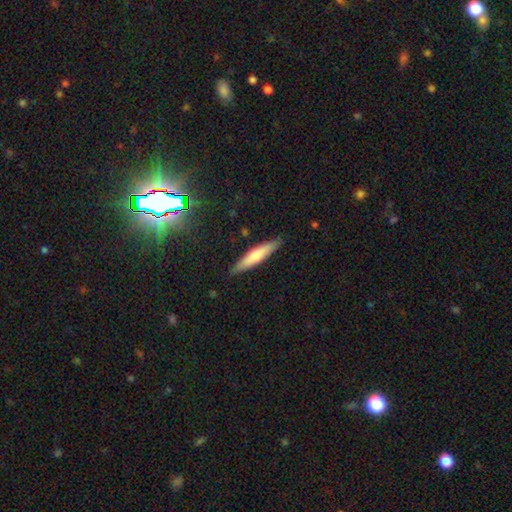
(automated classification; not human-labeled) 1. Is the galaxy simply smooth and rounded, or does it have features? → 58% smooth, 36% featured or disk, 6% star or artifact.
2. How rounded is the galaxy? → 86% cigar-shaped, 12% in between, 1% round.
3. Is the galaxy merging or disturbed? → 88% none, 9% minor disturbance, 2% major disturbance, 1% merger.